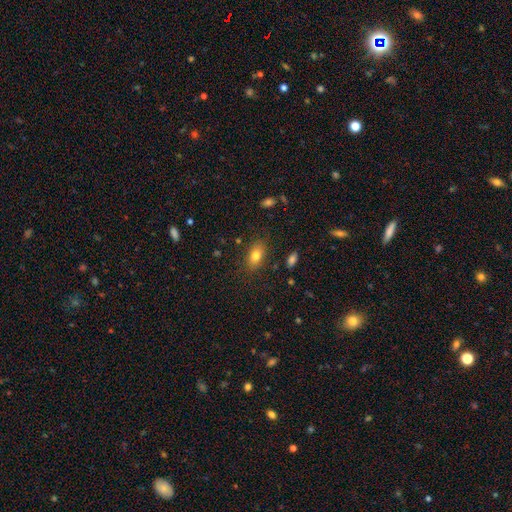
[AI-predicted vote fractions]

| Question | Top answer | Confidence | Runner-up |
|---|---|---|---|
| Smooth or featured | smooth | 79% | featured or disk (11%) |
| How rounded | in between | 85% | round (11%) |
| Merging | none | 82% | minor disturbance (12%) |